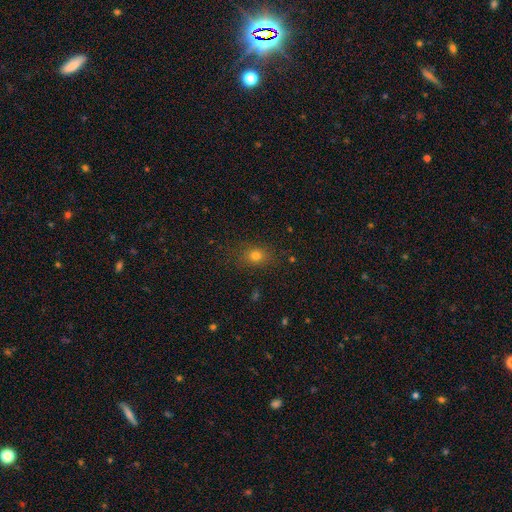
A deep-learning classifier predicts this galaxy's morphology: Smooth or featured? Predicted: smooth (p=0.75). How rounded? Predicted: round (p=0.52). Merging? Predicted: none (p=0.82).